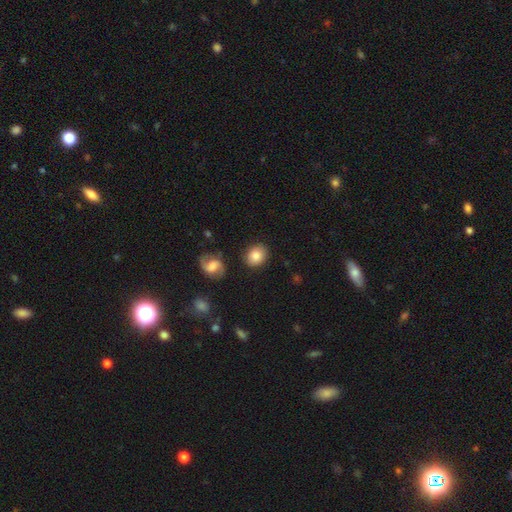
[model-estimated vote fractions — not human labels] smooth_or_featured: smooth (p=0.82) [alt: featured or disk p=0.10]
how_rounded: round (p=0.61) [alt: in between p=0.38]
merging: none (p=0.83) [alt: minor disturbance p=0.11]